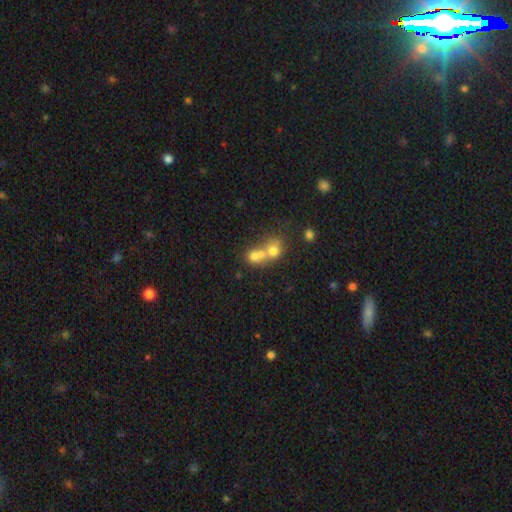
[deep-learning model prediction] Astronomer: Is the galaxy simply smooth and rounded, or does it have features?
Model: smooth — 65%.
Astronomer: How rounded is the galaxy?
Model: round — 72%.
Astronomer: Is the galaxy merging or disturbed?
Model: merger — 68%.